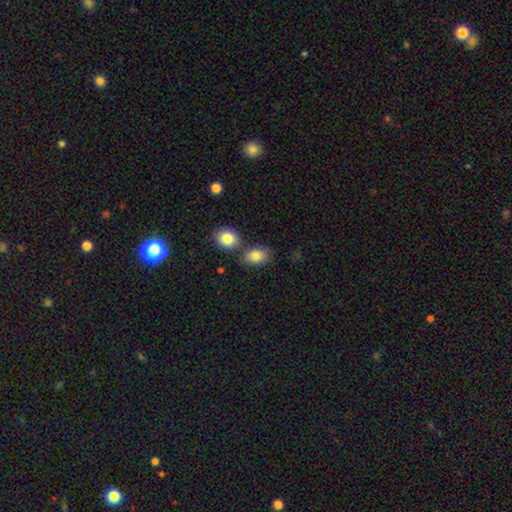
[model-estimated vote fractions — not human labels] Smooth or featured? smooth (83%)
How rounded? in between (78%)
Merging? none (62%)